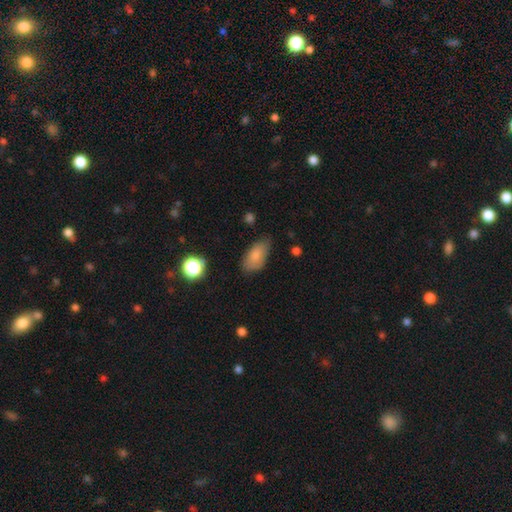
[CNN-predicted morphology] Smooth or featured?
  - smooth: 82% *
  - featured or disk: 9%
  - star or artifact: 8%
How rounded?
  - in between: 92% *
  - cigar-shaped: 4%
  - round: 4%
Merging?
  - none: 68% *
  - minor disturbance: 25%
  - major disturbance: 5%
  - merger: 2%